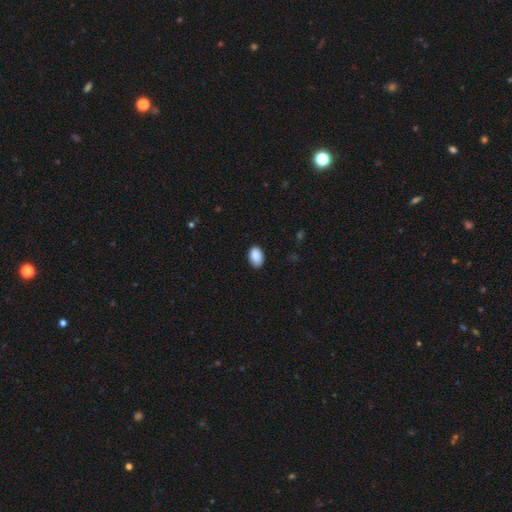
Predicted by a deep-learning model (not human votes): This is clearly a smooth galaxy (90%). How rounded: clearly in between (90%). Merging: clearly none (86%).